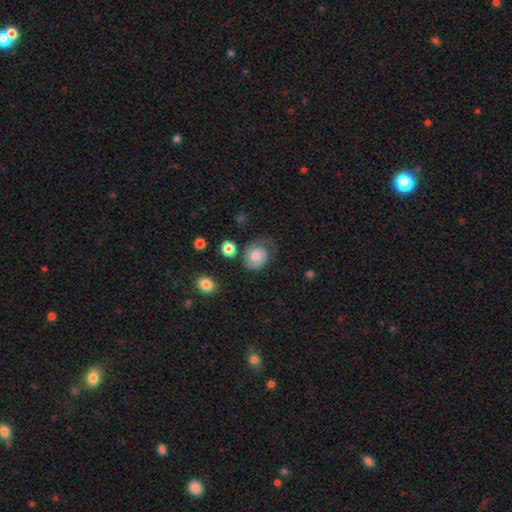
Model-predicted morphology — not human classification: A smooth galaxy with no disk features (57%) that is round (61%). Merging: none (42%).